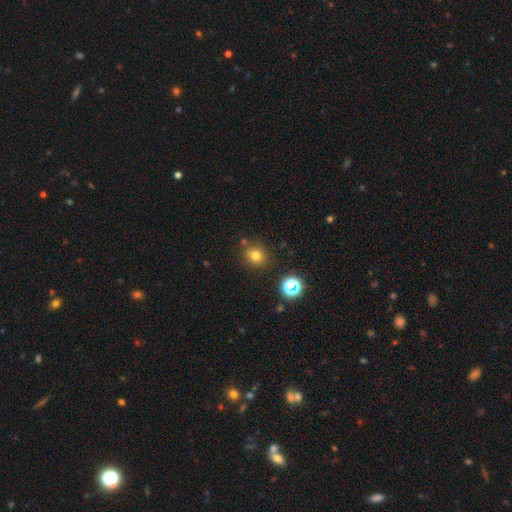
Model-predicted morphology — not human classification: Overall: smooth (74%). How rounded: round (80%). Merging: none (78%).